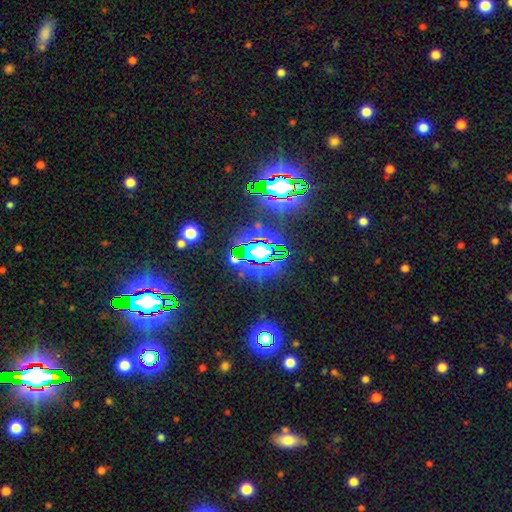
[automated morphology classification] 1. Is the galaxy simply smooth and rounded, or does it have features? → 82% star or artifact, 10% smooth, 8% featured or disk.